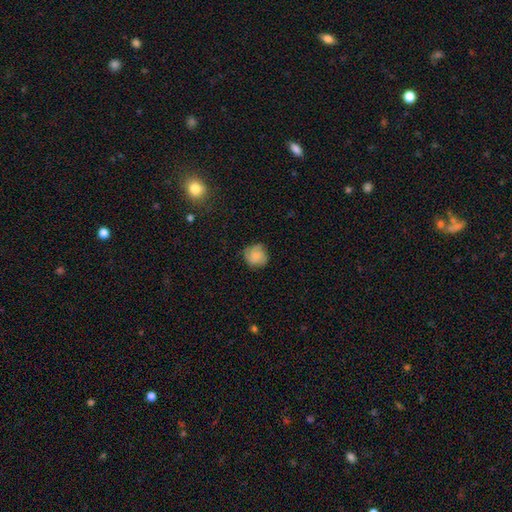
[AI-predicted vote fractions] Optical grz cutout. It shows a smooth galaxy with no disk features (72%) that is round (87%). Merging: none (74%).